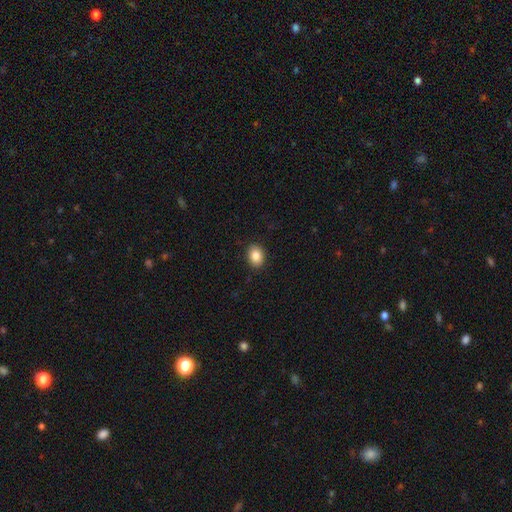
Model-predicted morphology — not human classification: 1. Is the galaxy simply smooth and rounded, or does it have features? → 87% smooth, 8% star or artifact, 5% featured or disk.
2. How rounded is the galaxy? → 67% in between, 32% round, 1% cigar-shaped.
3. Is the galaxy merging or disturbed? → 90% none, 7% minor disturbance, 2% major disturbance, 1% merger.